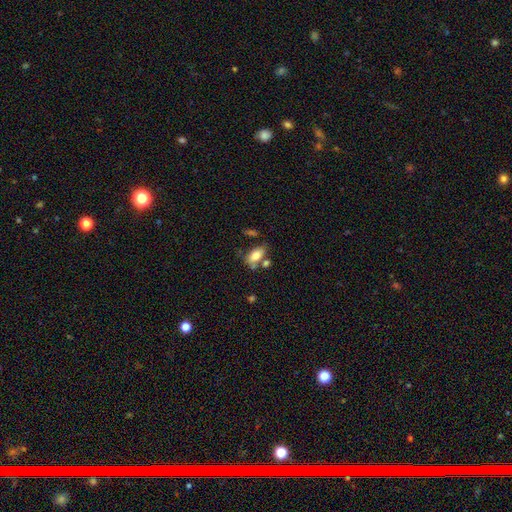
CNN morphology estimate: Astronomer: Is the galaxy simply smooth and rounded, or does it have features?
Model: smooth — 77%.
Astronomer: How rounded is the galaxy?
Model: in between — 89%.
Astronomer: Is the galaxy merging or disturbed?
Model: none — 54%.